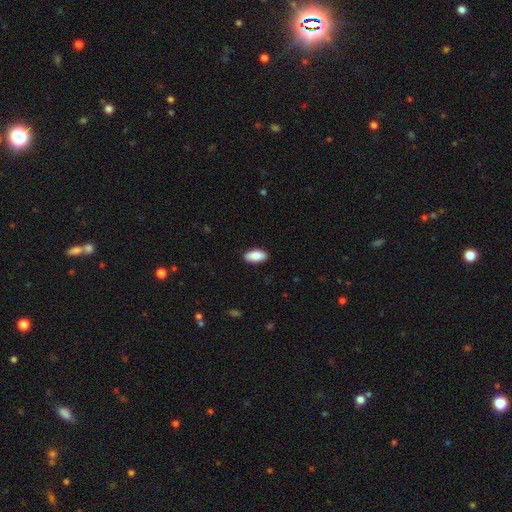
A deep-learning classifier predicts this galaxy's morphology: Smooth or featured?
  - smooth: 87% *
  - featured or disk: 7%
  - star or artifact: 6%
How rounded?
  - in between: 91% *
  - cigar-shaped: 7%
  - round: 2%
Merging?
  - none: 88% *
  - minor disturbance: 9%
  - major disturbance: 2%
  - merger: 1%